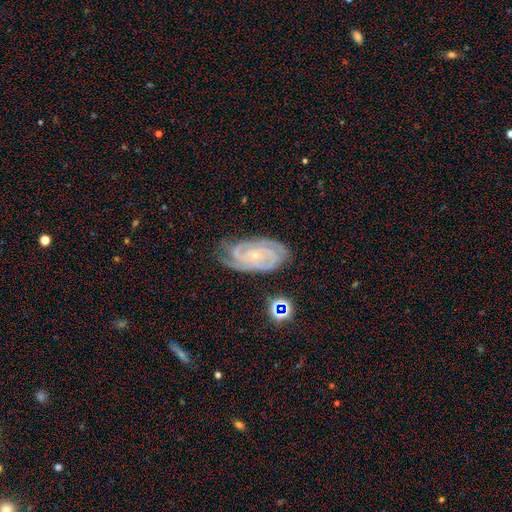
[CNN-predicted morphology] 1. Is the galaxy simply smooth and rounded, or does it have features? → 88% featured or disk, 7% star or artifact, 6% smooth.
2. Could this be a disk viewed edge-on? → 96% no, 4% yes.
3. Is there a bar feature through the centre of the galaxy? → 67% no, 23% weak, 10% strong.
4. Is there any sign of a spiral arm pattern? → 98% yes, 2% no.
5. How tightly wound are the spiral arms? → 78% tight, 19% medium, 3% loose.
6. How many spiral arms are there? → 30% 3, 28% 2, 17% 4, 15% can't tell, 6% more than 4, 5% 1.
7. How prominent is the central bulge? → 79% small, 17% moderate, 2% none, 1% large, 1% dominant.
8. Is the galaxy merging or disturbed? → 74% none, 19% minor disturbance, 5% major disturbance, 2% merger.